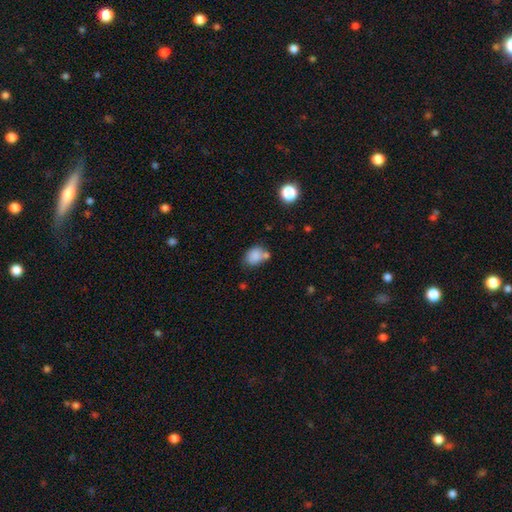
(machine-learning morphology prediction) smooth_or_featured: smooth (p=0.83) [alt: star or artifact p=0.10]
how_rounded: in between (p=0.60) [alt: round p=0.39]
merging: none (p=0.51) [alt: merger p=0.26]